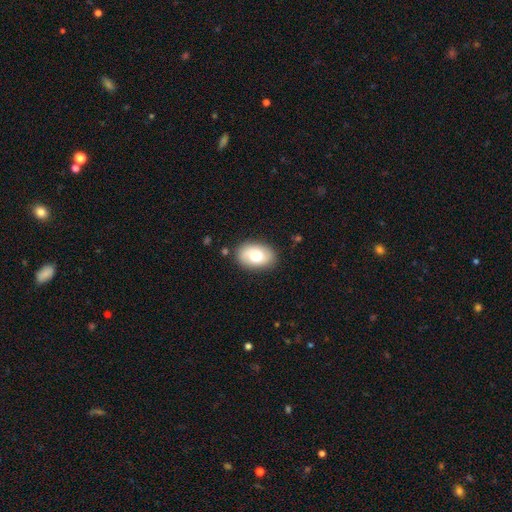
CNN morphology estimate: Smooth or featured: smooth — 69% (featured or disk — 24%)
How rounded: in between — 89% (round — 10%)
Merging: none — 82% (minor disturbance — 13%)